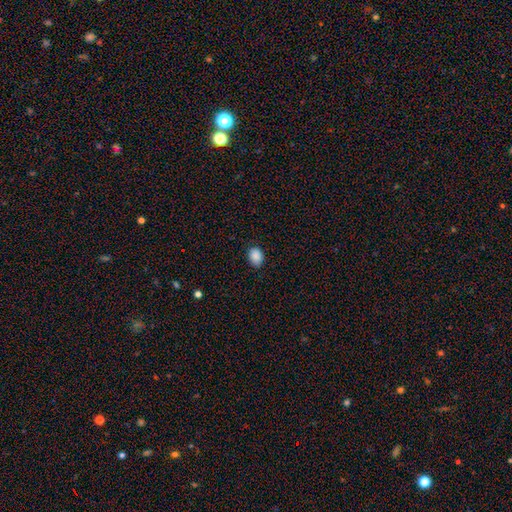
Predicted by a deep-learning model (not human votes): smooth-or-featured: smooth: 89% | star or artifact: 8% | featured or disk: 3%
  how-rounded: in between: 68% | round: 31% | cigar-shaped: 1%
  merging: none: 82% | minor disturbance: 15% | major disturbance: 3% | merger: 1%